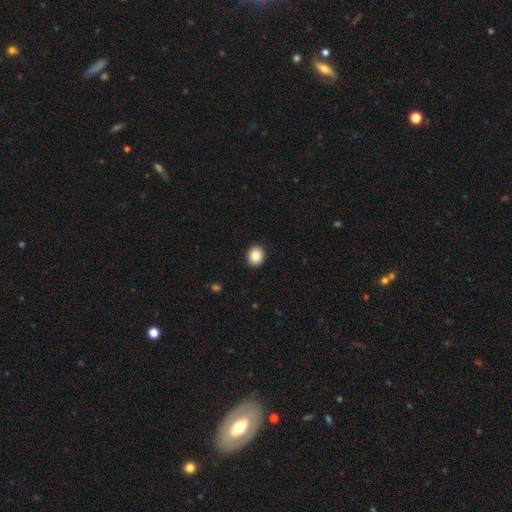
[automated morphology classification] smooth-or-featured: smooth: 86% | star or artifact: 8% | featured or disk: 5%
  how-rounded: round: 68% | in between: 31% | cigar-shaped: 1%
  merging: none: 92% | minor disturbance: 5% | major disturbance: 2% | merger: 1%